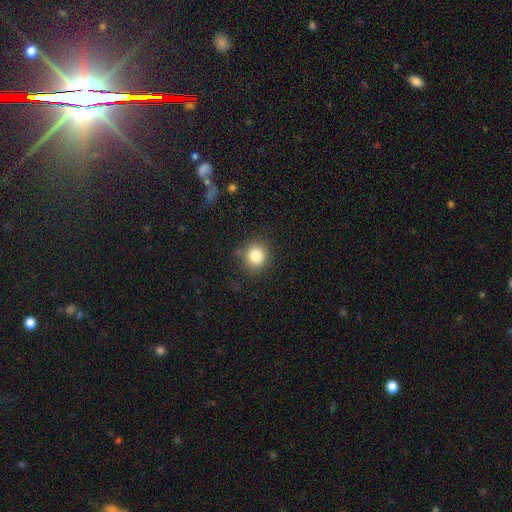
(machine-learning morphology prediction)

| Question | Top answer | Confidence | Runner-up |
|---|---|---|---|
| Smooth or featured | smooth | 82% | star or artifact (11%) |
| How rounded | round | 88% | in between (11%) |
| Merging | none | 84% | minor disturbance (10%) |